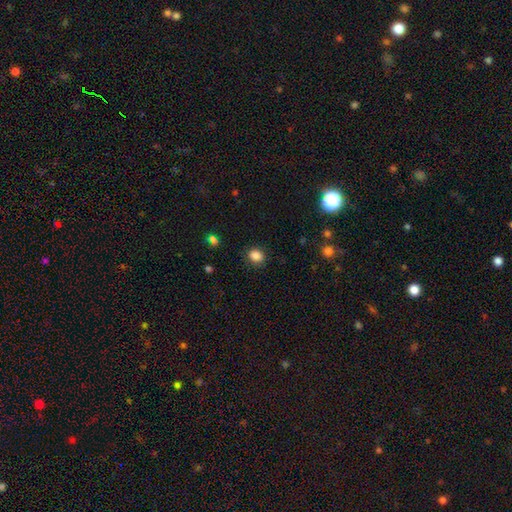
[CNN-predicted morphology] This appears to be a smooth galaxy with no disk features (86%) that is round (53%). Merging: none (84%).